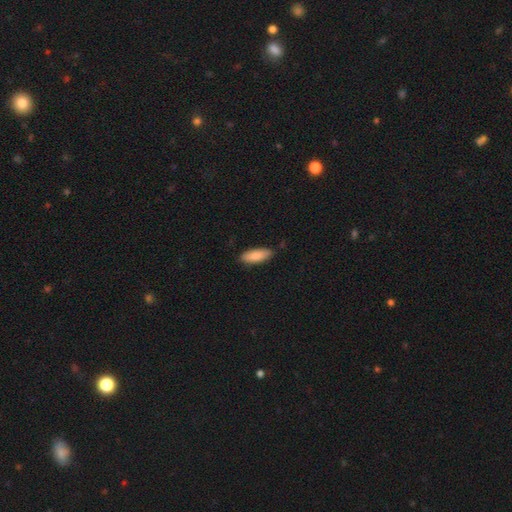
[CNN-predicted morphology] This is clearly a smooth galaxy (86%). How rounded: likely in between (69%). Merging: clearly none (82%).